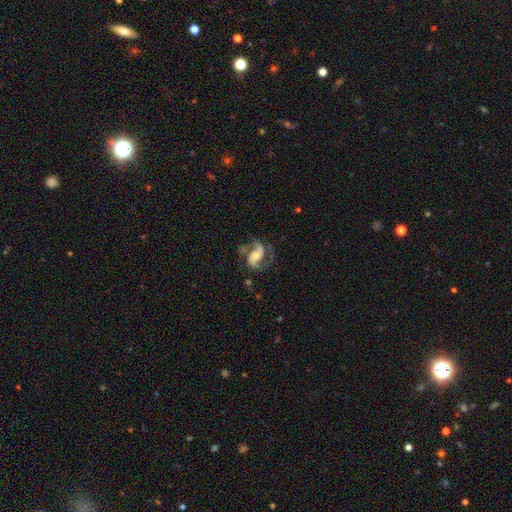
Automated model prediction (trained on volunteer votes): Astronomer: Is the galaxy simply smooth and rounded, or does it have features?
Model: featured or disk — 89%.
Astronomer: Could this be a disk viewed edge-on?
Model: no — 98%.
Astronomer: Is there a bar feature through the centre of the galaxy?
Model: no — 40% (runner-up: weak, 38%).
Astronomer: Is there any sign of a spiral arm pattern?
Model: yes — 97%.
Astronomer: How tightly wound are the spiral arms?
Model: medium — 57%.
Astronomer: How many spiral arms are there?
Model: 2 — 91%.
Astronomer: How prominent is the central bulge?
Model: moderate — 46% (runner-up: small, 37%).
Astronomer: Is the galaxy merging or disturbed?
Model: none — 65%.